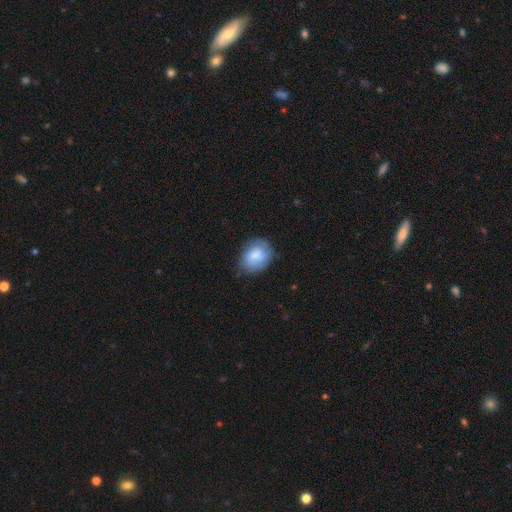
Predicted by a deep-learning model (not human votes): This appears to be a smooth galaxy with no disk features (79%) that is in between round and cigar-shaped (59%). Merging: none (71%).